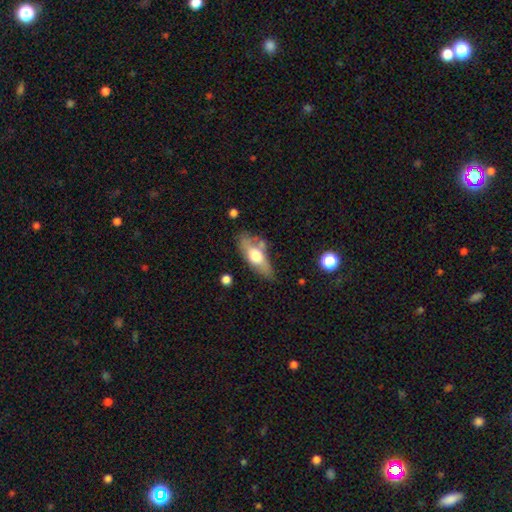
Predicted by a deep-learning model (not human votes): Smooth or featured?
  - smooth: 54% *
  - featured or disk: 40%
  - star or artifact: 6%
How rounded?
  - in between: 66% *
  - cigar-shaped: 30%
  - round: 4%
Merging?
  - none: 64% *
  - minor disturbance: 22%
  - merger: 8%
  - major disturbance: 7%